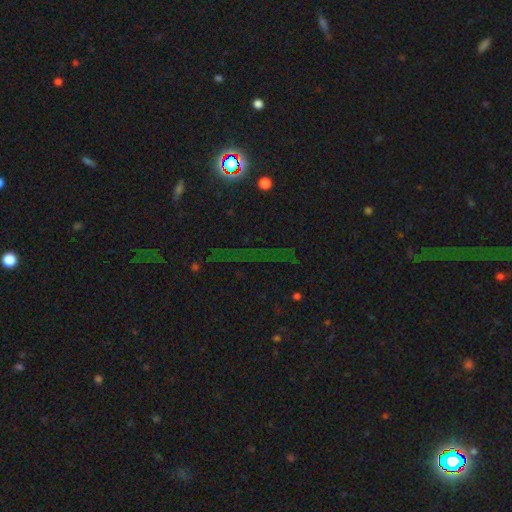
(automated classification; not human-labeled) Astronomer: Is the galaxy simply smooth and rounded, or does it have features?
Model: star or artifact — 76%.